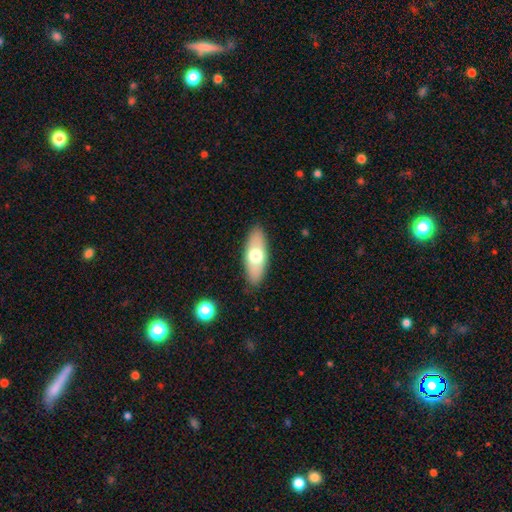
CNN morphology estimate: Smooth or featured: smooth — 63% (featured or disk — 31%)
How rounded: in between — 76% (cigar-shaped — 21%)
Merging: none — 87% (minor disturbance — 10%)